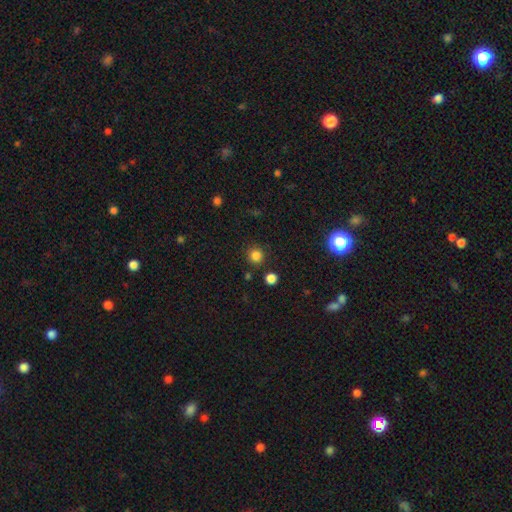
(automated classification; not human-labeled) Smooth or featured: smooth — 82% (star or artifact — 14%)
How rounded: round — 94% (in between — 5%)
Merging: none — 87% (minor disturbance — 7%)